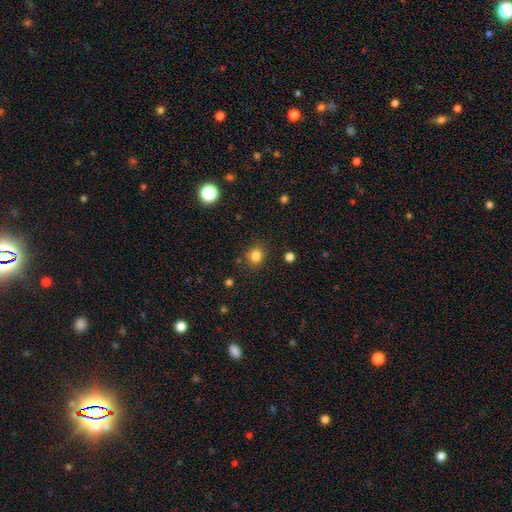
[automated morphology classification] smooth_or_featured: smooth (p=0.82) [alt: star or artifact p=0.13]
how_rounded: round (p=0.66) [alt: in between p=0.33]
merging: none (p=0.81) [alt: minor disturbance p=0.12]